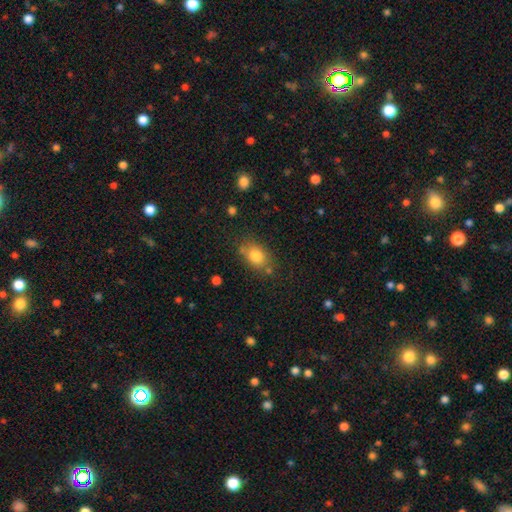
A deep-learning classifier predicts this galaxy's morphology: The model was most divided on "how rounded": in between: 70%, round: 28%, cigar-shaped: 2%. More confident: smooth or featured — smooth (80%); merging — none (71%).